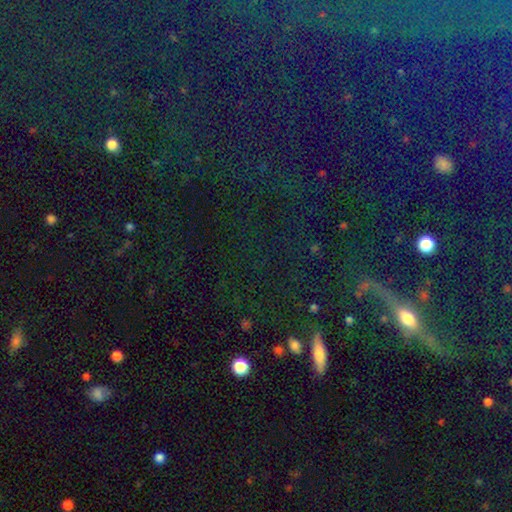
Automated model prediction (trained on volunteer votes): The model was most divided on "smooth or featured": star or artifact: 64%, featured or disk: 19%, smooth: 18%.